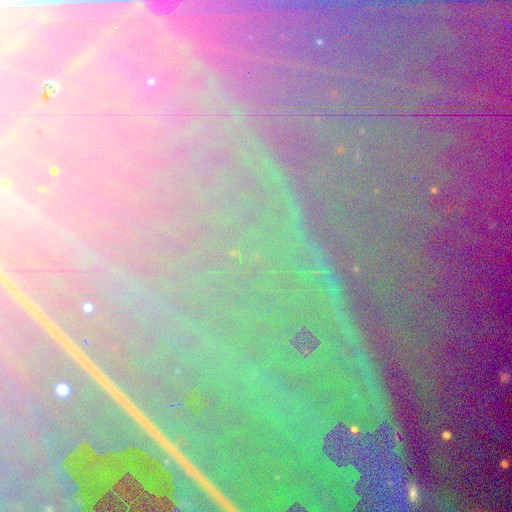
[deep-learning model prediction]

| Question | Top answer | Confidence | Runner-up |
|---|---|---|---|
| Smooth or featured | star or artifact | 86% | featured or disk (7%) |